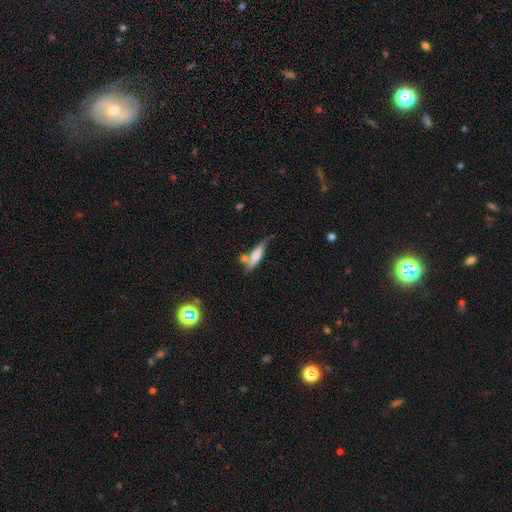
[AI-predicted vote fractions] Morphology: type=smooth (59%); roundness=cigar-shaped (76%); merging=none (50%).